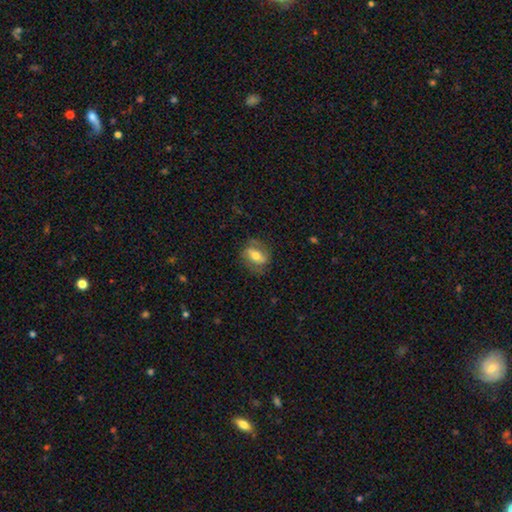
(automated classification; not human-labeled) Smooth or featured?
  - featured or disk: 48% *
  - smooth: 45%
  - star or artifact: 7%
Merging?
  - none: 69% *
  - minor disturbance: 19%
  - major disturbance: 10%
  - merger: 1%